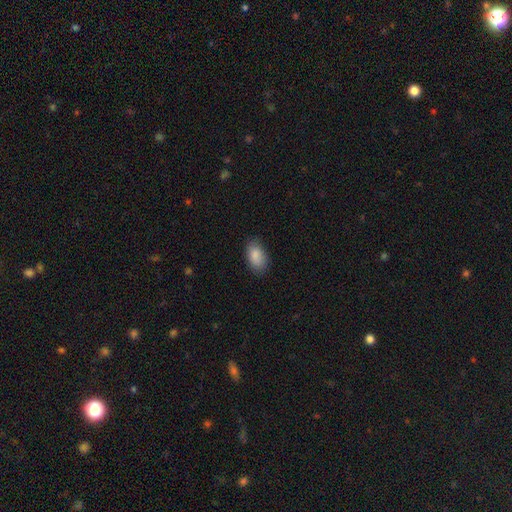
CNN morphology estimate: This is clearly a smooth galaxy (88%). How rounded: clearly in between (92%). Merging: clearly none (83%).